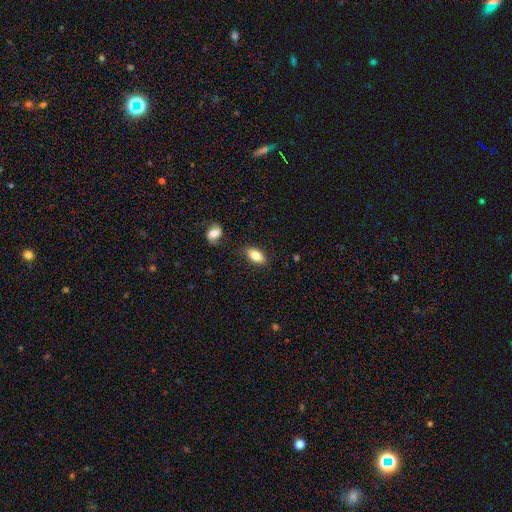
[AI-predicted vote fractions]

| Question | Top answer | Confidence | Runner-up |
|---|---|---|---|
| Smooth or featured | smooth | 83% | featured or disk (10%) |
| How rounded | in between | 89% | cigar-shaped (7%) |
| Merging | none | 84% | minor disturbance (11%) |